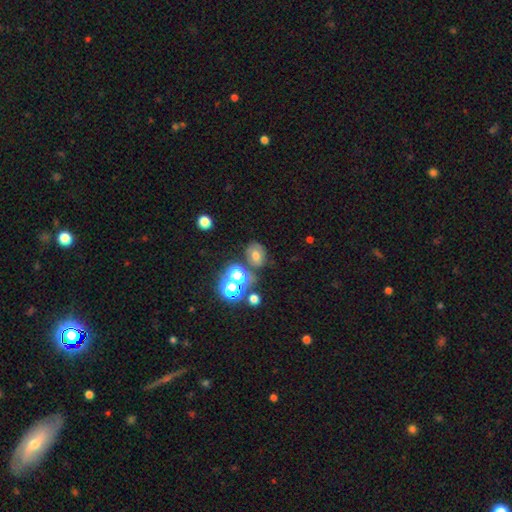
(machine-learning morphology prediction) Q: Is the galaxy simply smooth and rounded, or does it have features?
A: smooth — 55%.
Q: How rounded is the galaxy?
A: in between — 52%.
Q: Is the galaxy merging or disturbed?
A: none — 65%.